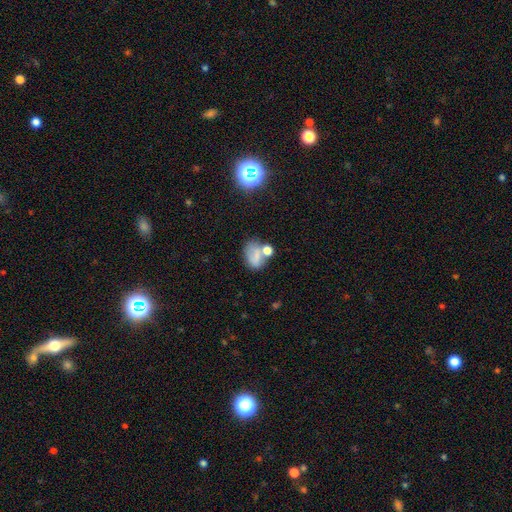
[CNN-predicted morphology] This is likely a smooth galaxy (67%). How rounded: likely in between (74%). Merging: marginally none (44%).